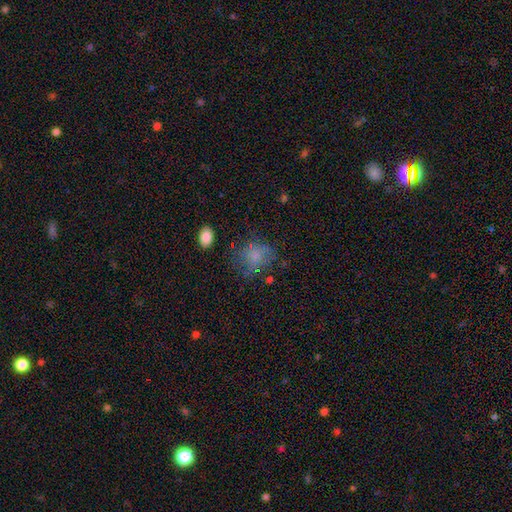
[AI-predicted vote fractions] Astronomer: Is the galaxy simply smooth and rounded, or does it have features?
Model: smooth — 70%.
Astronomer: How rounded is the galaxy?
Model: round — 56% (runner-up: in between, 42%).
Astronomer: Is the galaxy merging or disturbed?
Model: none — 59%.